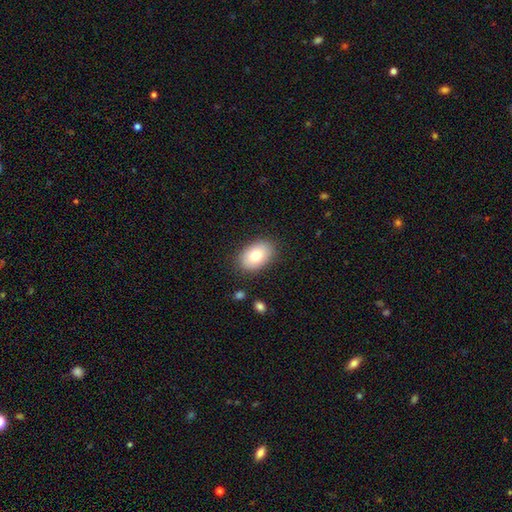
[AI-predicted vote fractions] Smooth or featured? Predicted: smooth (p=0.79). How rounded? Predicted: in between (p=0.89). Merging? Predicted: none (p=0.86).